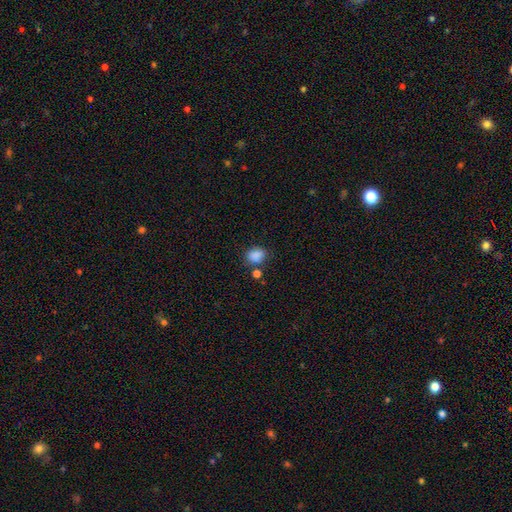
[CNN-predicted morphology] Smooth or featured: smooth — 86% (star or artifact — 10%)
How rounded: round — 51% (in between — 48%)
Merging: none — 70% (minor disturbance — 15%)